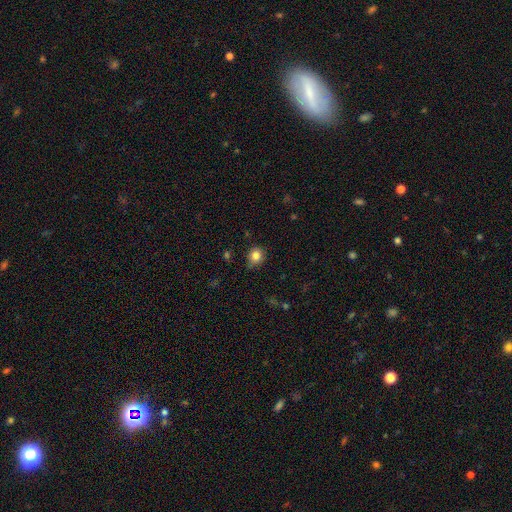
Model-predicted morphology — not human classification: smooth_or_featured: smooth (p=0.82) [alt: star or artifact p=0.11]
how_rounded: round (p=0.78) [alt: in between p=0.21]
merging: none (p=0.78) [alt: minor disturbance p=0.18]